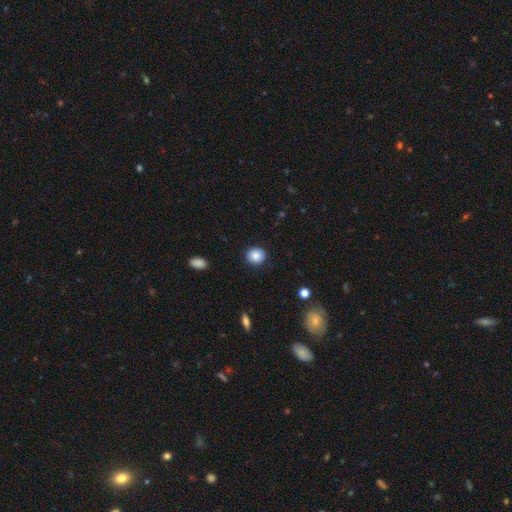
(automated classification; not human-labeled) A smooth galaxy with no disk features (86%) that is round (87%). Merging: none (91%).